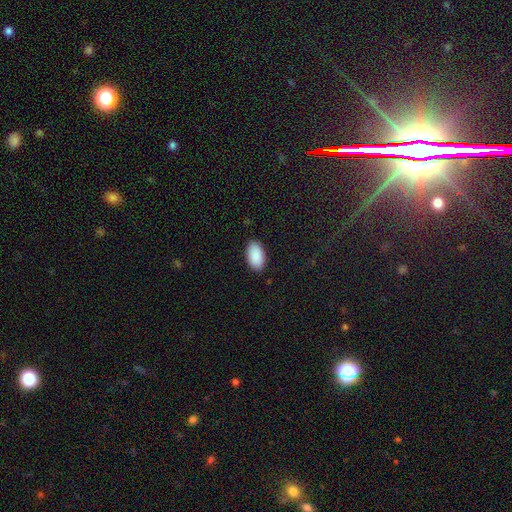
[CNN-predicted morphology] Smooth or featured? Predicted: smooth (p=0.91). How rounded? Predicted: in between (p=0.96). Merging? Predicted: none (p=0.88).